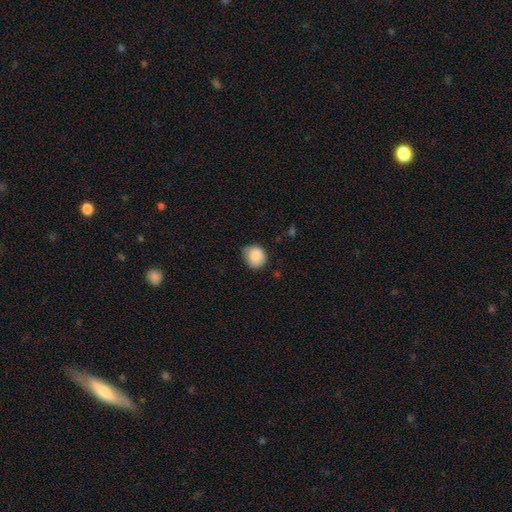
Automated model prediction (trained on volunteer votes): Smooth or featured? Predicted: smooth (p=0.88). How rounded? Predicted: round (p=0.83). Merging? Predicted: none (p=0.65).